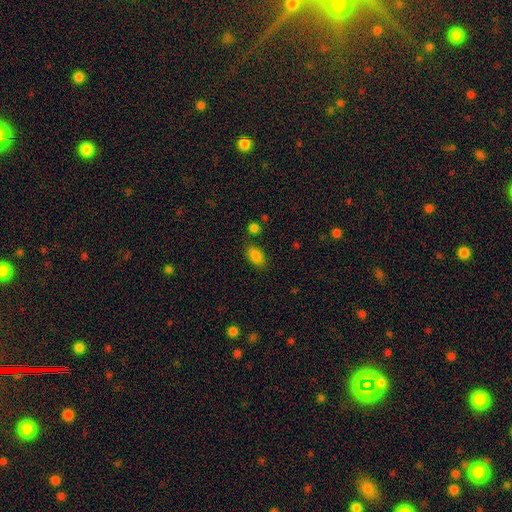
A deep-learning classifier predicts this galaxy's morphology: This appears to be a smooth galaxy with no disk features (84%) that is in between round and cigar-shaped (88%). Merging: none (79%).